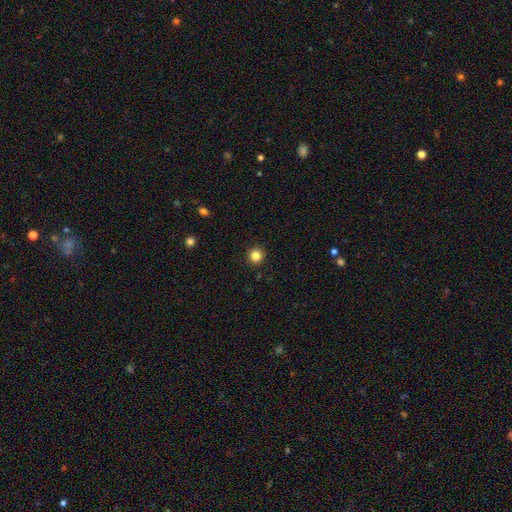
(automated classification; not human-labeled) Q: Smooth or featured?
A: smooth (83%); runner-up: star or artifact (12%)
Q: How rounded?
A: round (95%); runner-up: in between (4%)
Q: Merging?
A: none (93%); runner-up: minor disturbance (5%)